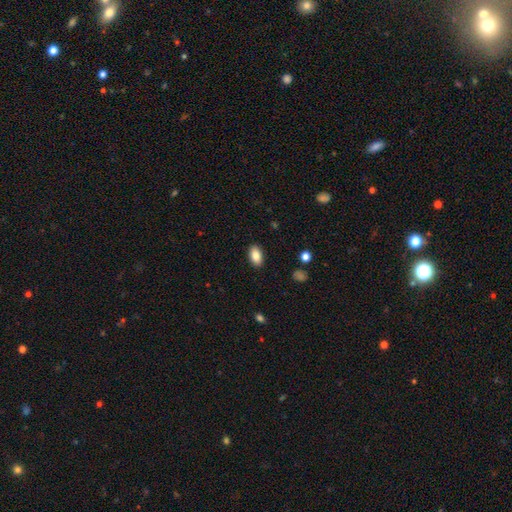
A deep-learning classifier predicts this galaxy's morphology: type=smooth (85%); roundness=in between (92%); merging=none (89%).